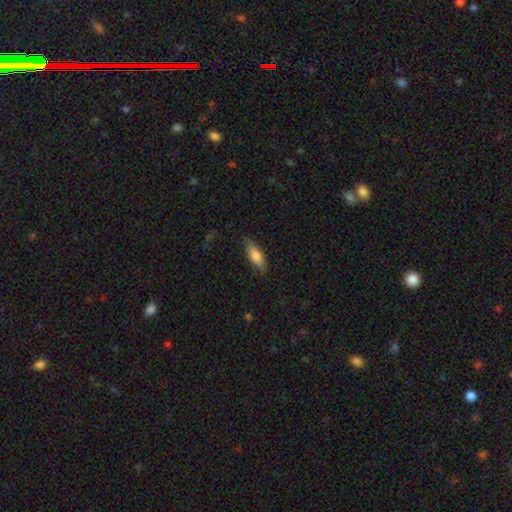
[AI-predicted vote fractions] This is likely a smooth galaxy (73%). How rounded: possibly in between (59%). Merging: clearly none (82%).